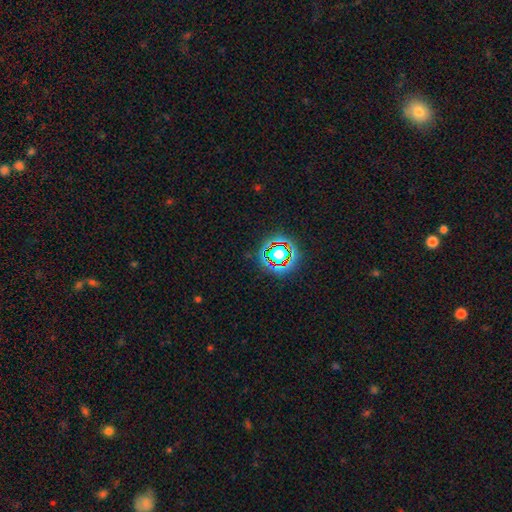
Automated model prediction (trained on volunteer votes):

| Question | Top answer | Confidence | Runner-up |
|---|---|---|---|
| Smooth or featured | star or artifact | 75% | smooth (14%) |